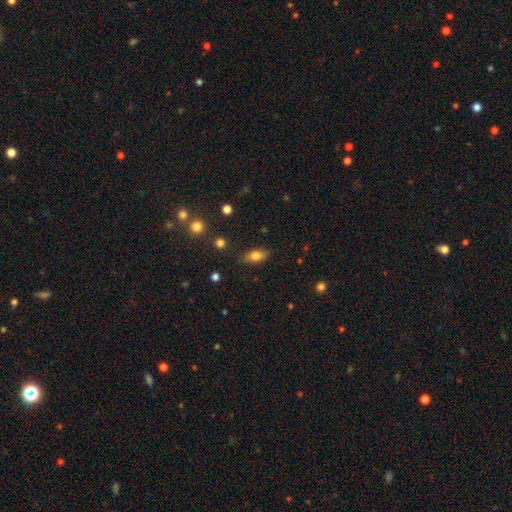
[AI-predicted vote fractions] Smooth or featured? Predicted: smooth (p=0.75). How rounded? Predicted: in between (p=0.84). Merging? Predicted: none (p=0.82).